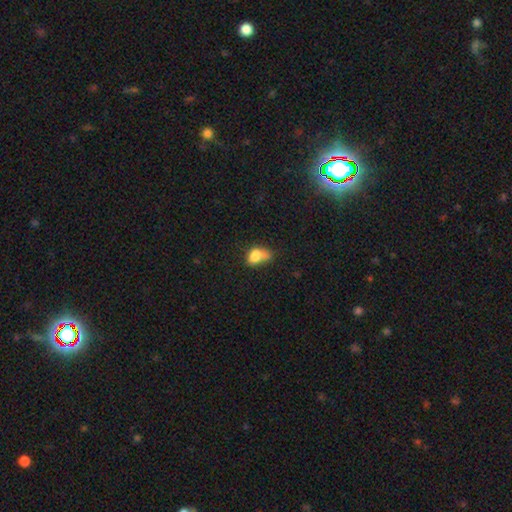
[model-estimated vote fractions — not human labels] Q: Smooth or featured?
A: smooth (77%); runner-up: featured or disk (13%)
Q: How rounded?
A: in between (74%); runner-up: round (23%)
Q: Merging?
A: merger (30%); runner-up: minor disturbance (26%)